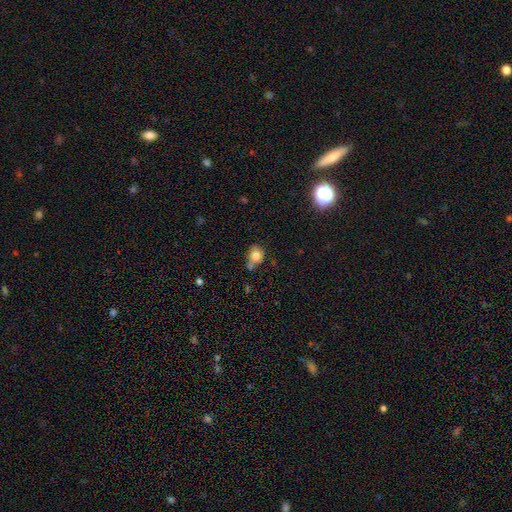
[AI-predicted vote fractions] A smooth galaxy with no disk features (78%) that is round (67%).

Vote fractions:
- Smooth or featured? smooth: 78% / star or artifact: 12% / featured or disk: 11%
- How rounded? round: 67% / in between: 32% / cigar-shaped: 1%
- Merging? none: 47% / minor disturbance: 26% / merger: 19% / major disturbance: 8%